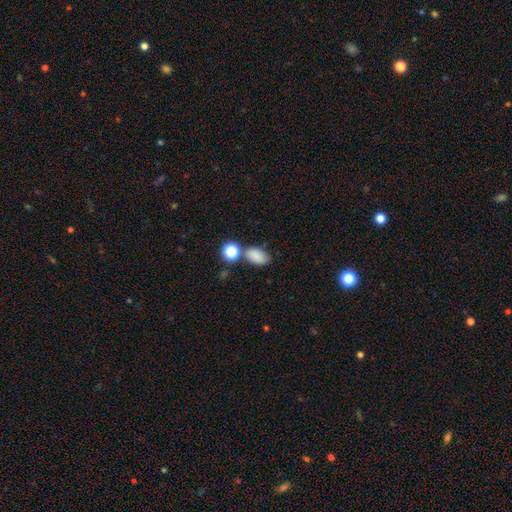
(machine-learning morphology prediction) Overall: smooth (84%). How rounded: in between (89%). Merging: none (65%).